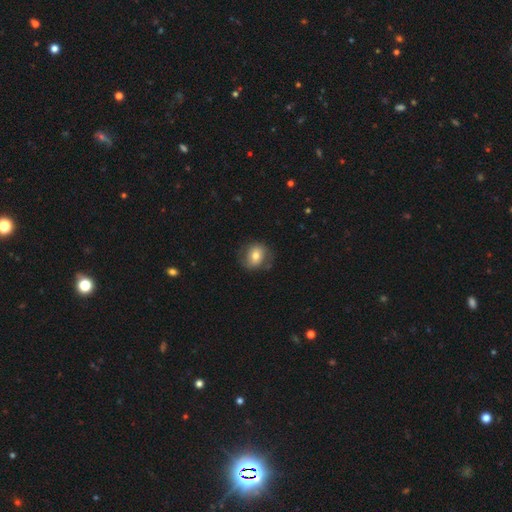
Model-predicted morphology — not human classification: smooth_or_featured: smooth (p=0.65) [alt: featured or disk p=0.27]
how_rounded: round (p=0.60) [alt: in between p=0.39]
merging: none (p=0.72) [alt: minor disturbance p=0.19]